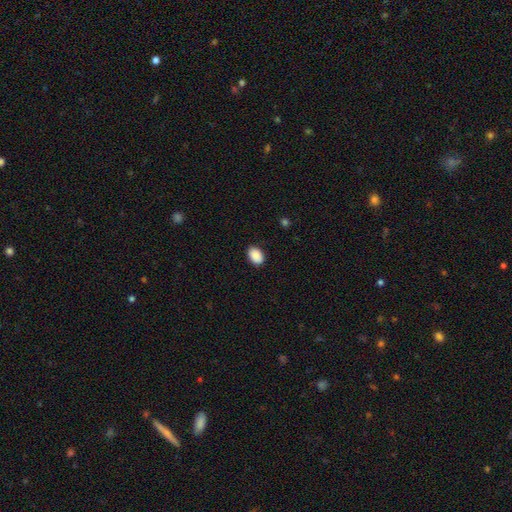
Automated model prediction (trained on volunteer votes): The model was most divided on "how rounded": in between: 83%, round: 16%, cigar-shaped: 1%. More confident: smooth or featured — smooth (90%); merging — none (88%).